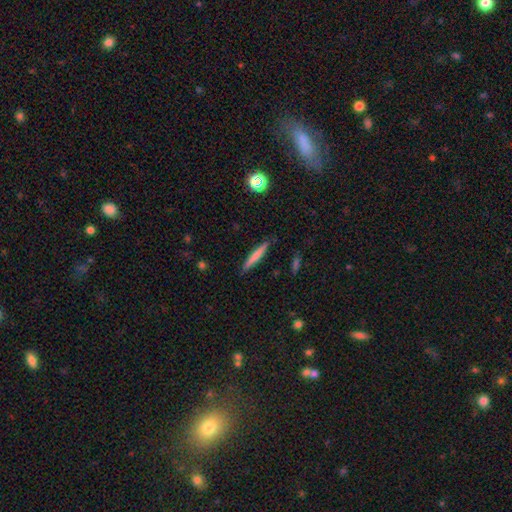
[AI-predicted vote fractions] smooth-or-featured: smooth: 68% | featured or disk: 25% | star or artifact: 6%
  how-rounded: cigar-shaped: 95% | in between: 4% | round: 1%
  merging: none: 88% | minor disturbance: 8% | major disturbance: 2% | merger: 1%